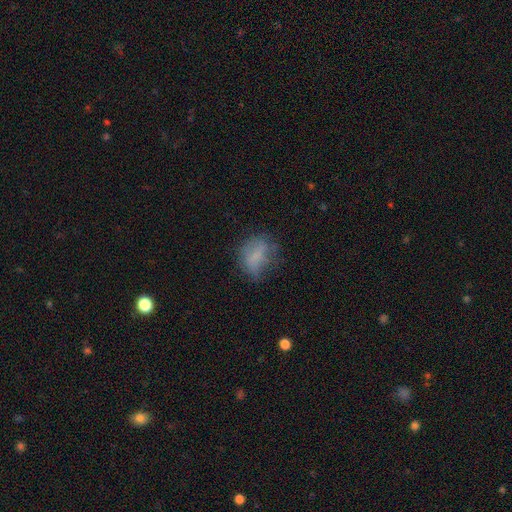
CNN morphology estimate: Smooth or featured? Predicted: smooth (p=0.66). How rounded? Predicted: in between (p=0.66). Merging? Predicted: none (p=0.51).